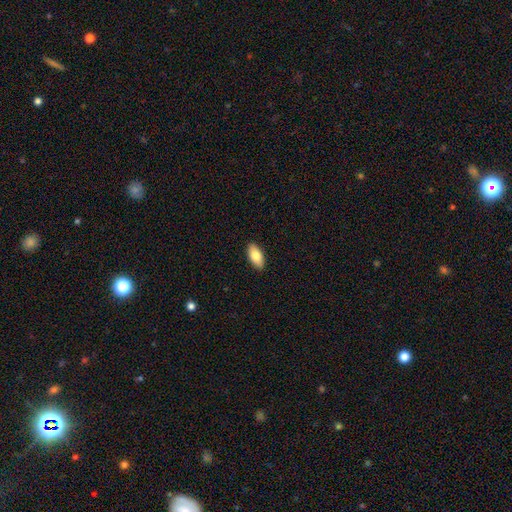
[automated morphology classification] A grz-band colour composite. It shows a smooth galaxy with no disk features (80%) that is in between round and cigar-shaped (90%). Merging: none (90%).